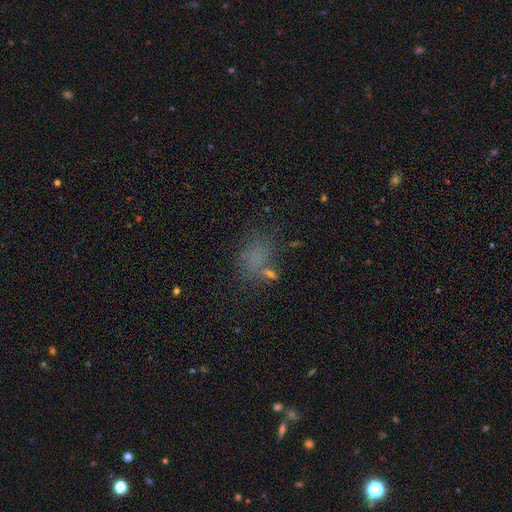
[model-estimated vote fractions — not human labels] smooth-or-featured: smooth: 64% | star or artifact: 23% | featured or disk: 13%
  how-rounded: in between: 70% | round: 27% | cigar-shaped: 3%
  merging: none: 58% | minor disturbance: 18% | major disturbance: 15% | merger: 9%